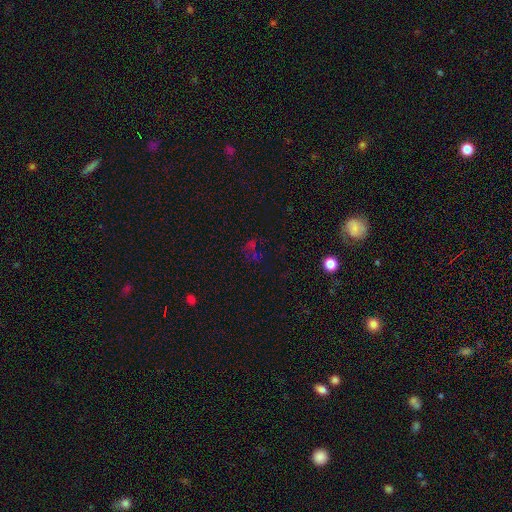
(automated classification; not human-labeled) smooth_or_featured: star or artifact (p=0.55) [alt: smooth p=0.31]